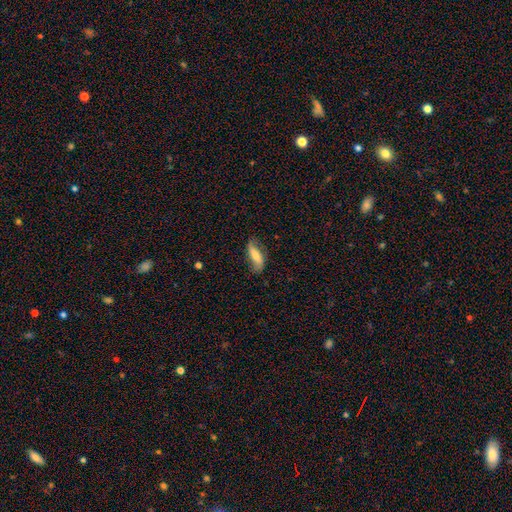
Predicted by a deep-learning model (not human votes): Overall: smooth (55%; featured or disk 38%). How rounded: in between (67%; cigar-shaped 30%). Merging: none (68%).